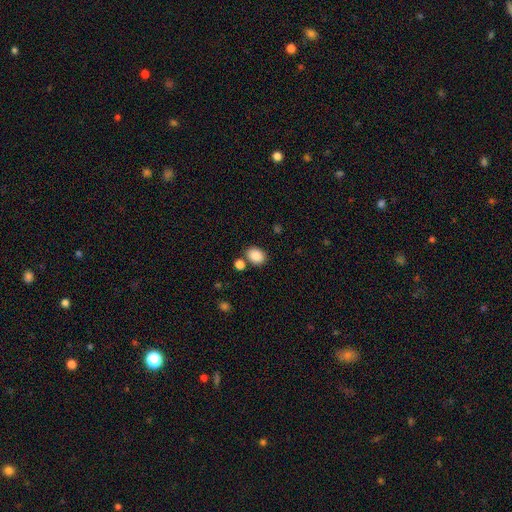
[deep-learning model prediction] Smooth or featured: smooth — 88% (star or artifact — 8%)
How rounded: in between — 61% (round — 38%)
Merging: none — 75% (merger — 11%)